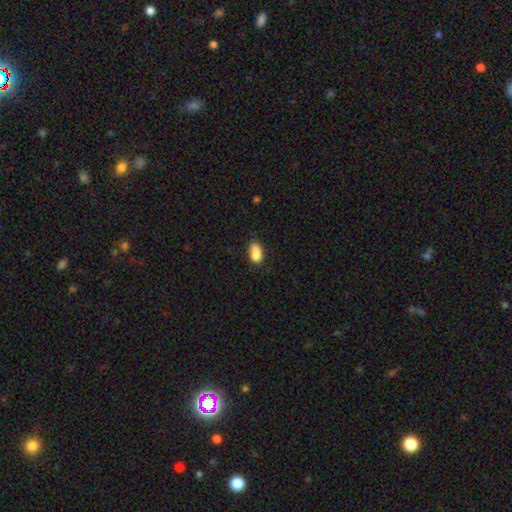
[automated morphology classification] Overall: smooth (84%). How rounded: in between (89%). Merging: none (54%; minor disturbance 32%).